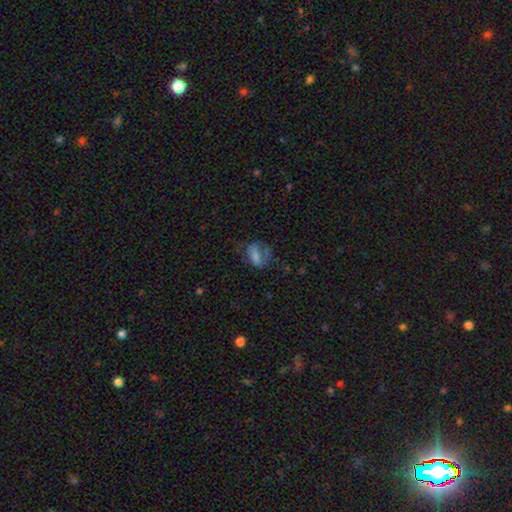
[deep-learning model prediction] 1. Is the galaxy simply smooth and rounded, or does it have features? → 57% smooth, 32% featured or disk, 11% star or artifact.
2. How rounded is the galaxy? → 80% in between, 16% round, 4% cigar-shaped.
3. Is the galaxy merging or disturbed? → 37% none, 34% major disturbance, 25% minor disturbance, 4% merger.